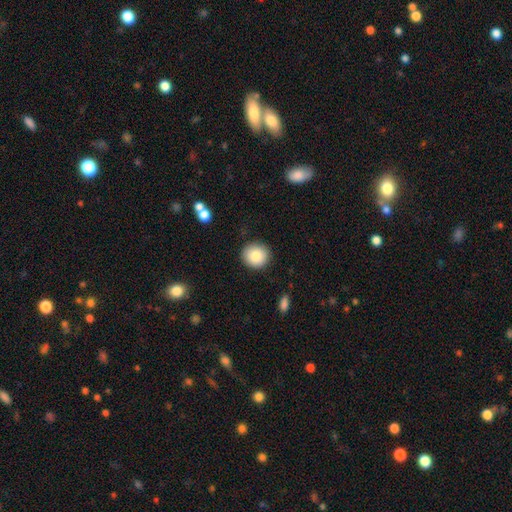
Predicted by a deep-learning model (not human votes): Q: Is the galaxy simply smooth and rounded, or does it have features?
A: smooth — 84%.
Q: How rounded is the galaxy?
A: round — 89%.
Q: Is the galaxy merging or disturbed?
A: none — 89%.